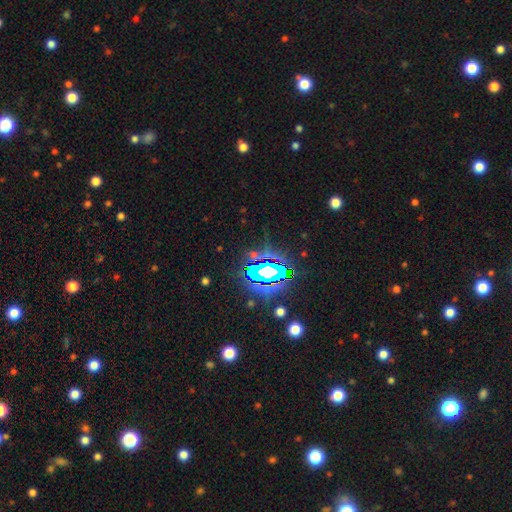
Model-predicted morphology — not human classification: A star or artifact, not a galaxy (73%).